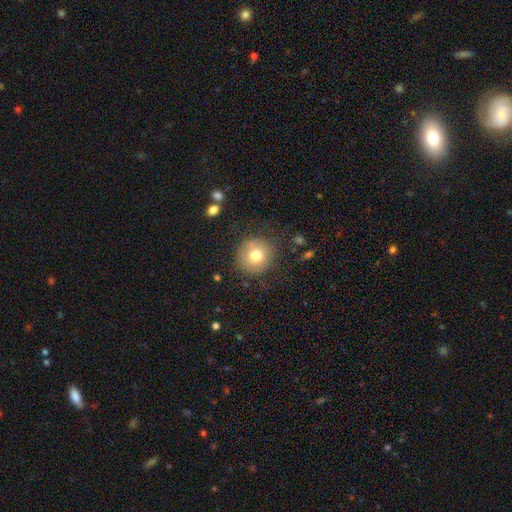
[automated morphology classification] Smooth or featured?
  - smooth: 72% *
  - featured or disk: 16%
  - star or artifact: 12%
How rounded?
  - round: 93% *
  - in between: 6%
  - cigar-shaped: 1%
Merging?
  - none: 81% *
  - minor disturbance: 12%
  - major disturbance: 5%
  - merger: 2%